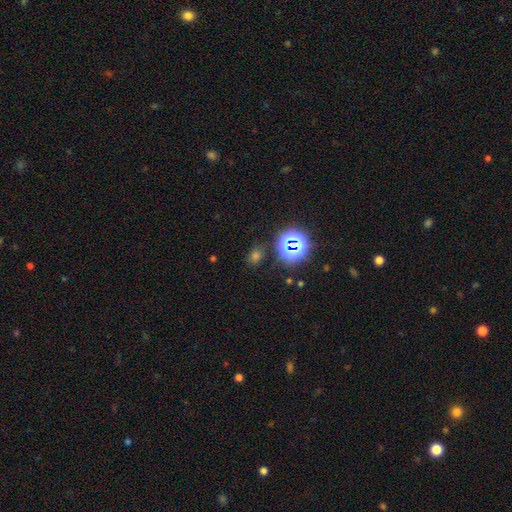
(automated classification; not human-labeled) Smooth or featured?
  - smooth: 49% *
  - star or artifact: 44%
  - featured or disk: 7%
Merging?
  - none: 82% *
  - minor disturbance: 11%
  - merger: 4%
  - major disturbance: 4%